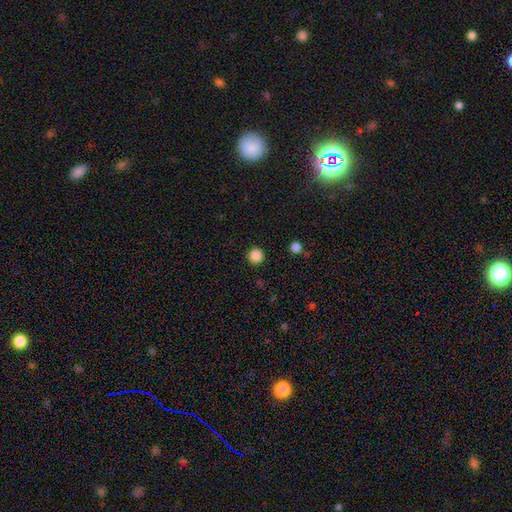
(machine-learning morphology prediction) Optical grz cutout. It shows a smooth galaxy with no disk features (86%) that is round (96%). Merging: none (93%).